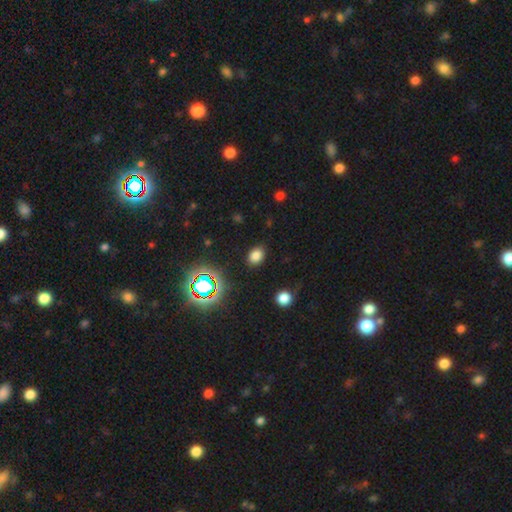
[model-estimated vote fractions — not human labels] This appears to be a smooth galaxy with no disk features (76%) that is in between round and cigar-shaped (66%). Merging: none (86%).